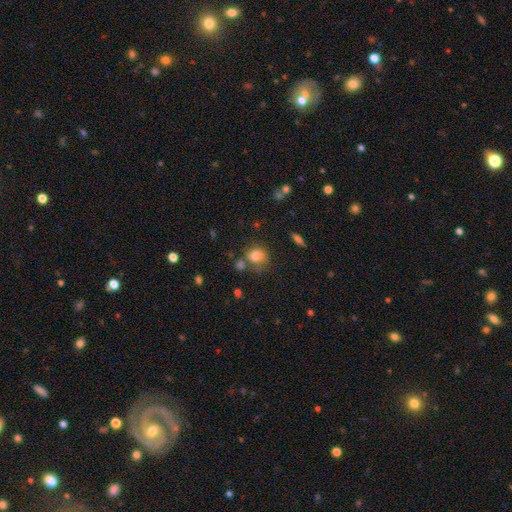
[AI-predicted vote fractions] smooth 80%, star or artifact 11%, featured or disk 9%. Down the decision tree: how rounded — round (58%); merging — none (56%).